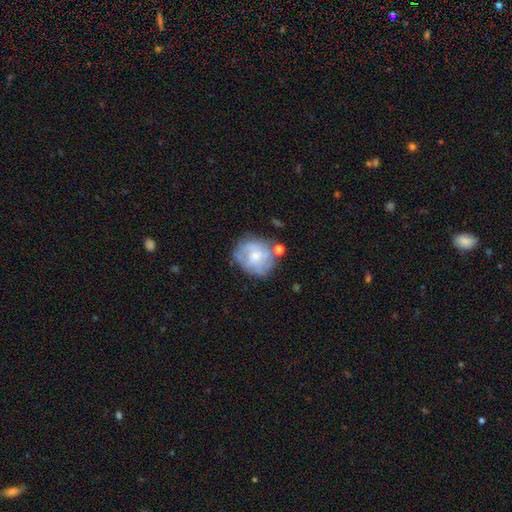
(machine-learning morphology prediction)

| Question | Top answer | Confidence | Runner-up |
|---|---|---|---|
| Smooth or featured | featured or disk | 55% | smooth (37%) |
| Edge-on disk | no | 97% | yes (3%) |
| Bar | no | 73% | weak (24%) |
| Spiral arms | yes | 59% | no (41%) |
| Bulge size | small | 44% | moderate (41%) |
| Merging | none | 57% | minor disturbance (22%) |